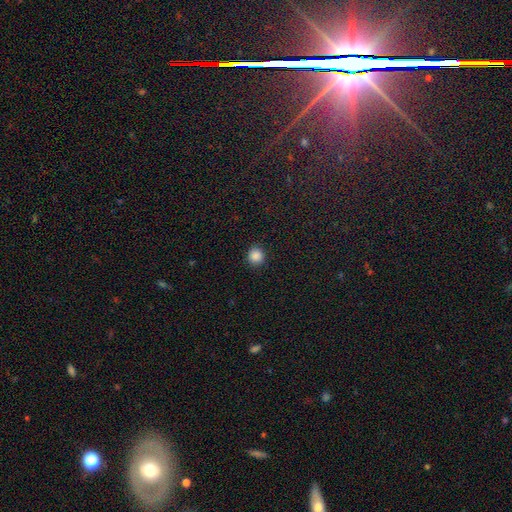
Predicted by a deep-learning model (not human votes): Overall: smooth (87%). How rounded: round (91%). Merging: none (91%).